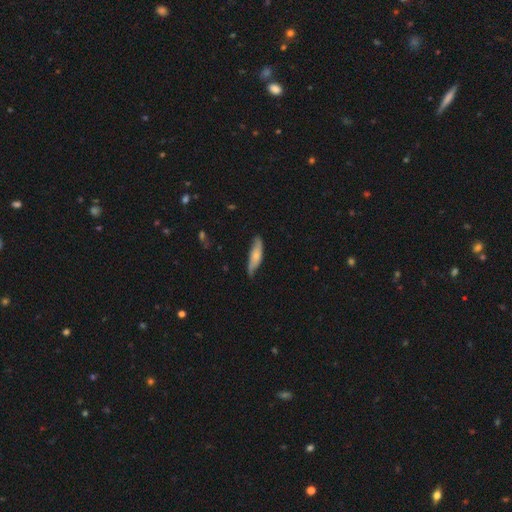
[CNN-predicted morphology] Smooth or featured: smooth — 59% (featured or disk — 36%)
How rounded: cigar-shaped — 60% (in between — 38%)
Merging: none — 65% (minor disturbance — 28%)